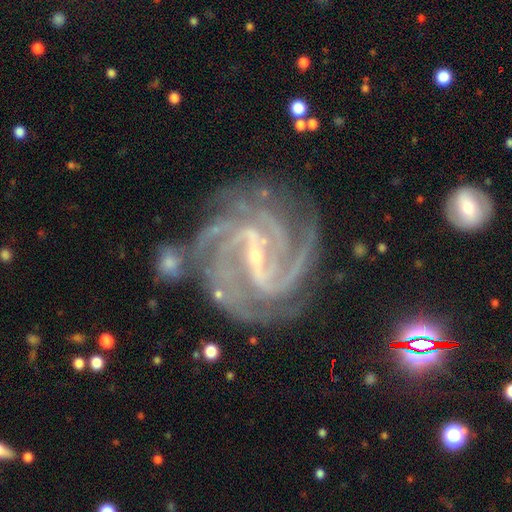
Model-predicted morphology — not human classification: Smooth or featured: featured or disk — 93% (star or artifact — 5%)
Edge-on disk: no — 98% (yes — 2%)
Bar: strong — 57% (weak — 33%)
Spiral arms: yes — 99% (no — 1%)
Spiral winding: tight — 61% (medium — 35%)
Spiral arm count: 4 — 37% (3 — 25%)
Bulge size: small — 81% (moderate — 14%)
Merging: none — 73% (minor disturbance — 16%)